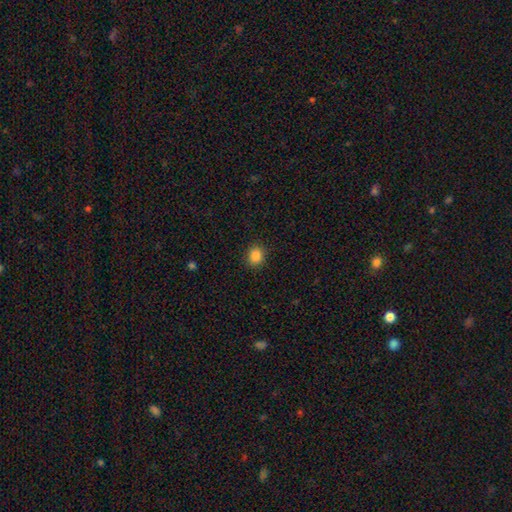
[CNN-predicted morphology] Smooth or featured: smooth — 86% (star or artifact — 10%)
How rounded: round — 69% (in between — 30%)
Merging: none — 90% (minor disturbance — 7%)